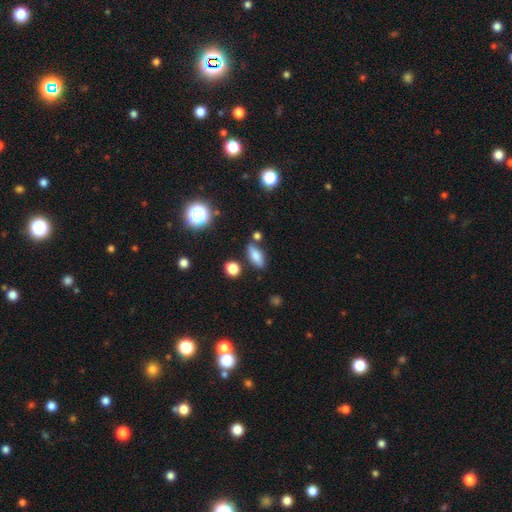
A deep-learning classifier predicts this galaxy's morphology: Smooth or featured?
  - smooth: 77% *
  - featured or disk: 12%
  - star or artifact: 10%
How rounded?
  - in between: 73% *
  - cigar-shaped: 21%
  - round: 6%
Merging?
  - none: 77% *
  - minor disturbance: 13%
  - merger: 6%
  - major disturbance: 3%